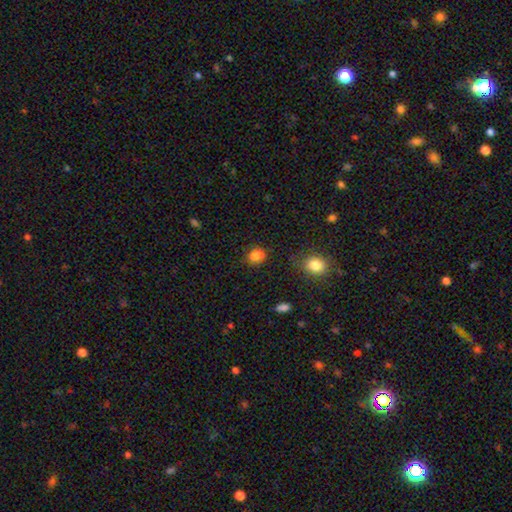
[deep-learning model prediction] Smooth or featured? Predicted: smooth (p=0.83). How rounded? Predicted: round (p=0.65). Merging? Predicted: none (p=0.80).